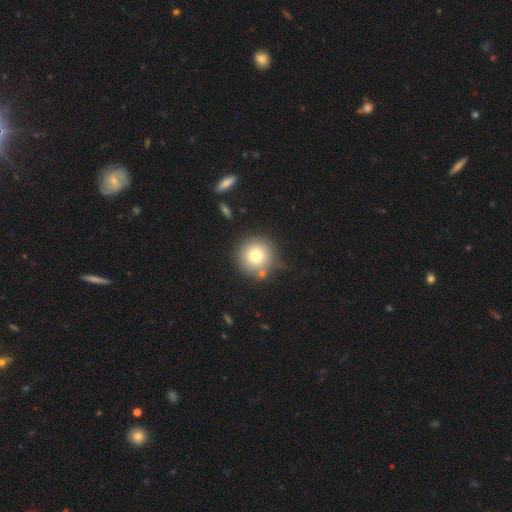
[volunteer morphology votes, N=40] A smooth galaxy with no disk features (75%) that is round (97%).

Vote fractions:
- Smooth or featured? smooth: 75% / featured or disk: 12% / star or artifact: 12%
- How rounded? round: 97% / in between: 3% / cigar-shaped: 0%
- Merging? none: 66% / minor disturbance: 23% / major disturbance: 6% / merger: 6%